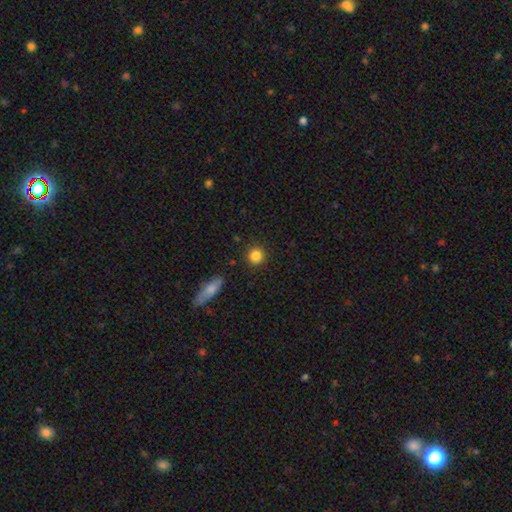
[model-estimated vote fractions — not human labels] smooth_or_featured: smooth (p=0.85) [alt: star or artifact p=0.10]
how_rounded: round (p=0.93) [alt: in between p=0.06]
merging: none (p=0.90) [alt: minor disturbance p=0.06]